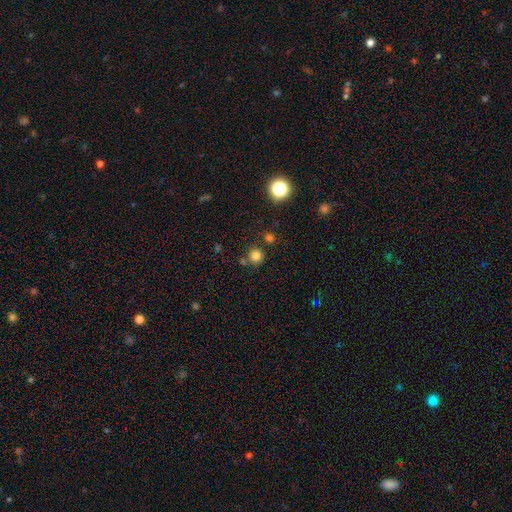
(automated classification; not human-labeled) Q: Smooth or featured?
A: smooth (79%); runner-up: star or artifact (16%)
Q: How rounded?
A: round (94%); runner-up: in between (5%)
Q: Merging?
A: none (76%); runner-up: merger (12%)